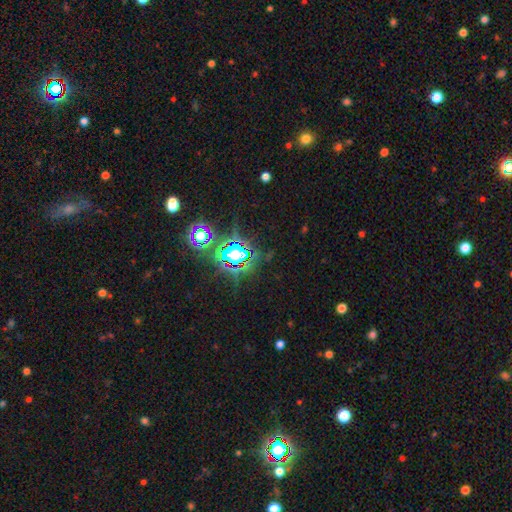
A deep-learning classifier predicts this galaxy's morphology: The model was most divided on "smooth or featured": star or artifact: 80%, smooth: 12%, featured or disk: 8%.